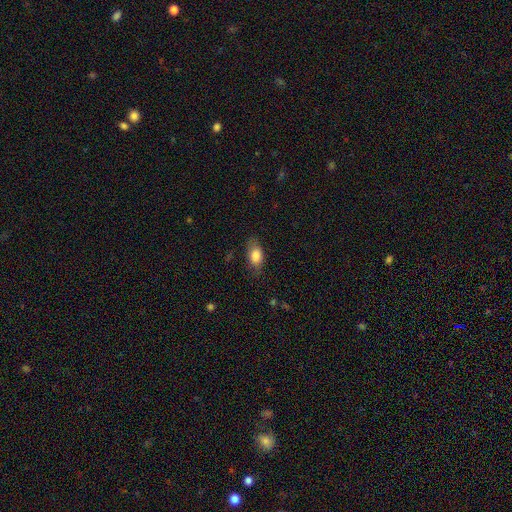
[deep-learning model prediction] Morphology: type=smooth (83%); roundness=in between (87%); merging=none (77%).